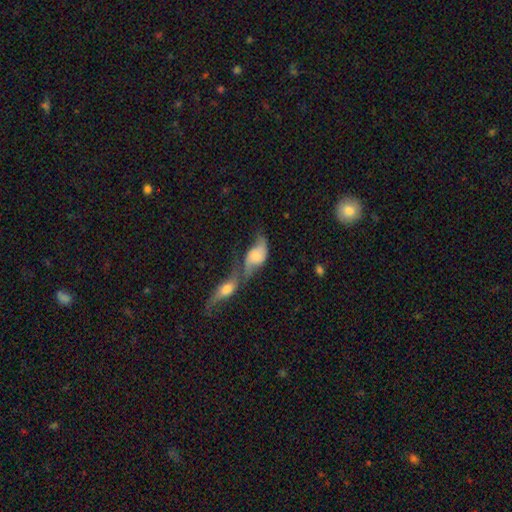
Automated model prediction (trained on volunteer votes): This is possibly a featured or disk galaxy (50%). It is clearly not viewed edge-on (92%). Merging: likely merger (71%).